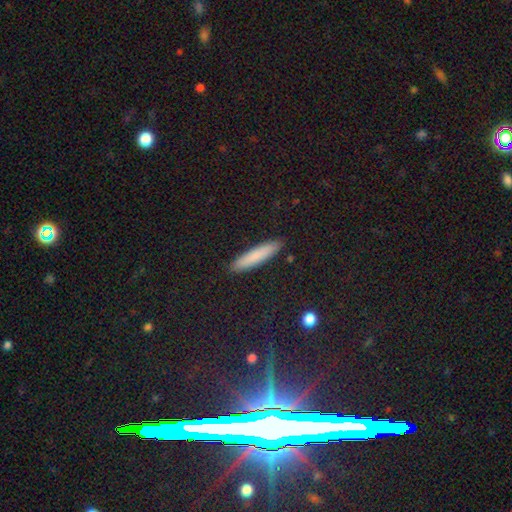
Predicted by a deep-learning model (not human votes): Smooth or featured: smooth — 81% (featured or disk — 12%)
How rounded: cigar-shaped — 89% (in between — 9%)
Merging: none — 92% (minor disturbance — 6%)